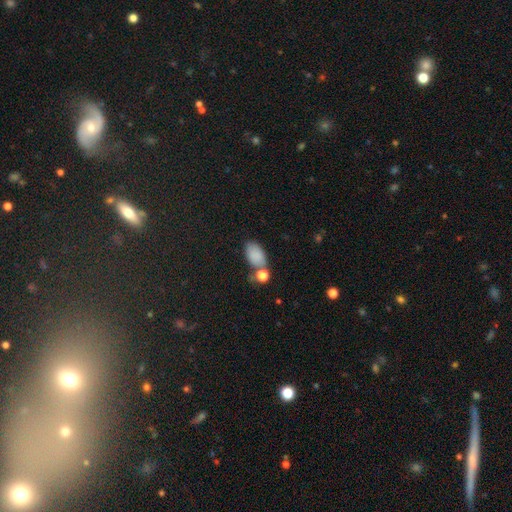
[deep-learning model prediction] Smooth or featured: smooth — 85% (star or artifact — 9%)
How rounded: in between — 92% (round — 7%)
Merging: none — 54% (merger — 21%)